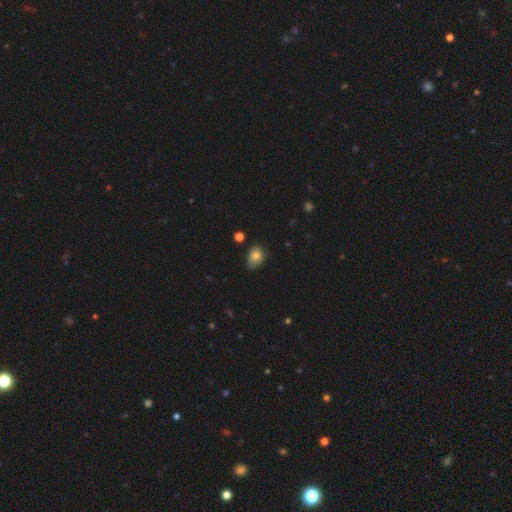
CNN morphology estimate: This appears to be a smooth galaxy with no disk features (77%) that is in between round and cigar-shaped (71%). Merging: none (55%).